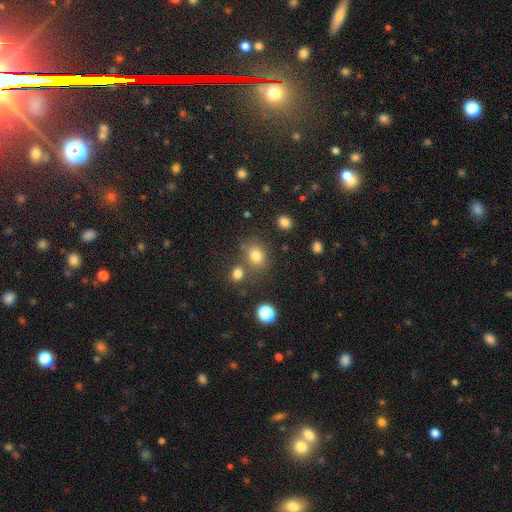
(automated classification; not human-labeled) A smooth galaxy with no disk features (77%) that is round (58%).

Vote fractions:
- Smooth or featured? smooth: 77% / star or artifact: 15% / featured or disk: 8%
- How rounded? round: 58% / in between: 41% / cigar-shaped: 1%
- Merging? none: 68% / merger: 15% / minor disturbance: 12% / major disturbance: 5%